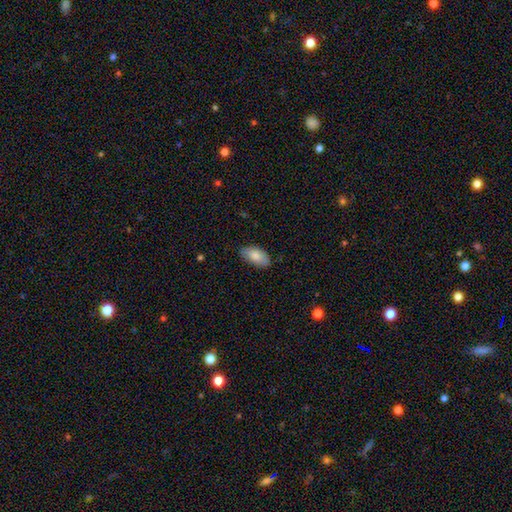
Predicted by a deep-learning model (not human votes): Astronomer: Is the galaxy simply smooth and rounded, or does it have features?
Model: smooth — 83%.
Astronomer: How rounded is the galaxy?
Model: in between — 94%.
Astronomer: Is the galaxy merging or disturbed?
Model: none — 83%.